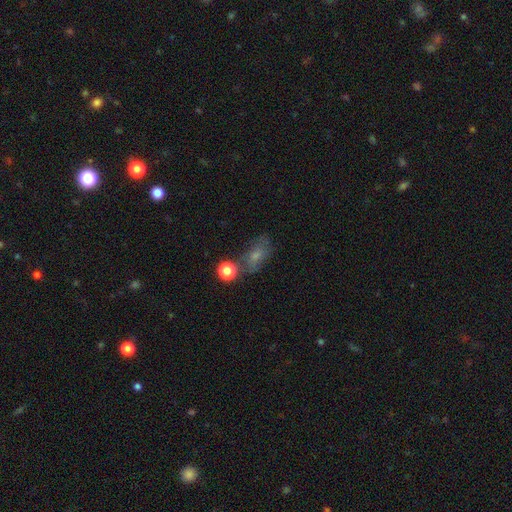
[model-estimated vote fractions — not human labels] smooth 60%, featured or disk 23%, star or artifact 17%. Down the decision tree: how rounded — in between (76%); merging — none (52%).